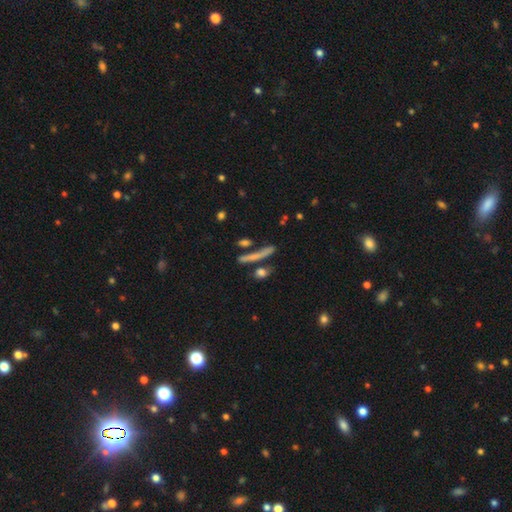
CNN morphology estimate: Smooth or featured: smooth — 59% (featured or disk — 29%)
How rounded: cigar-shaped — 86% (in between — 8%)
Merging: none — 74% (merger — 12%)